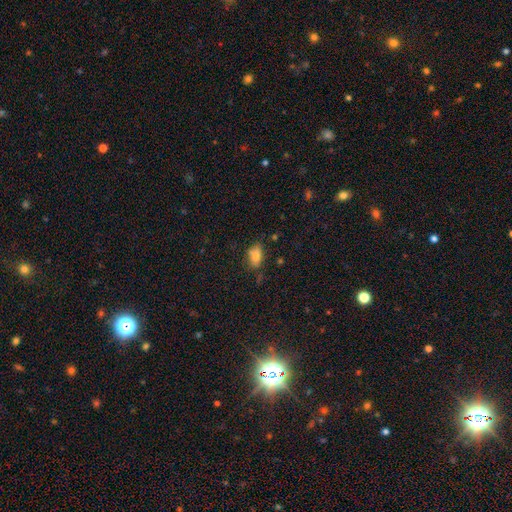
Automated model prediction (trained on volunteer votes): Morphology: type=smooth (79%); roundness=in between (87%); merging=none (67%).